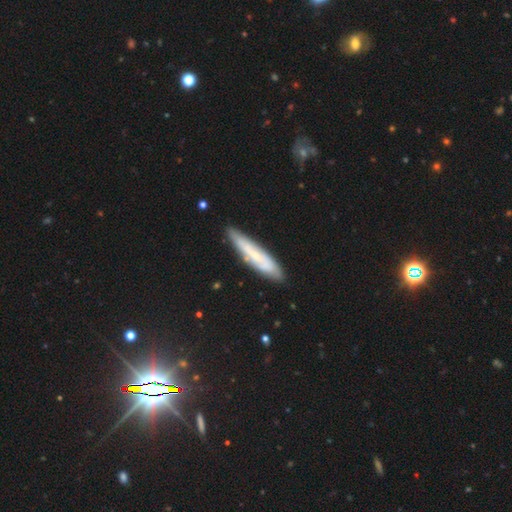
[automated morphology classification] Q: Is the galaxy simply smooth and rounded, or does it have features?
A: featured or disk — 47%.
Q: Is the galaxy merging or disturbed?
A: none — 80%.